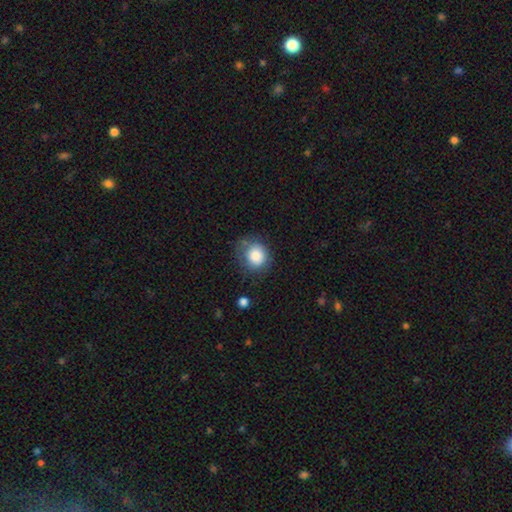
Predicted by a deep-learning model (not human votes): smooth 84%, star or artifact 8%, featured or disk 8%. Down the decision tree: how rounded — round (75%); merging — none (62%).